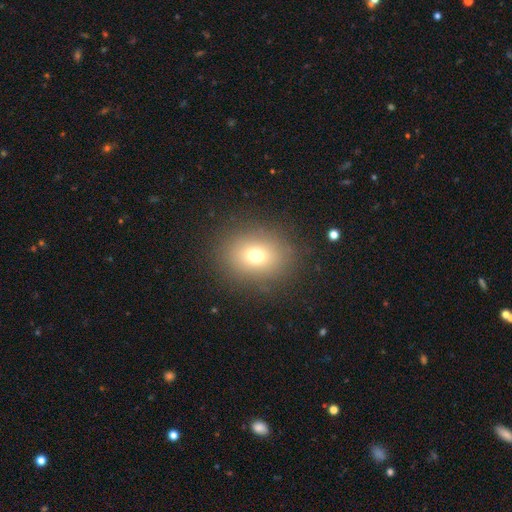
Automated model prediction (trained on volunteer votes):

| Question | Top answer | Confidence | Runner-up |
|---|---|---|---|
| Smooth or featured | smooth | 73% | star or artifact (15%) |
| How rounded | round | 58% | in between (41%) |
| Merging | none | 87% | minor disturbance (8%) |